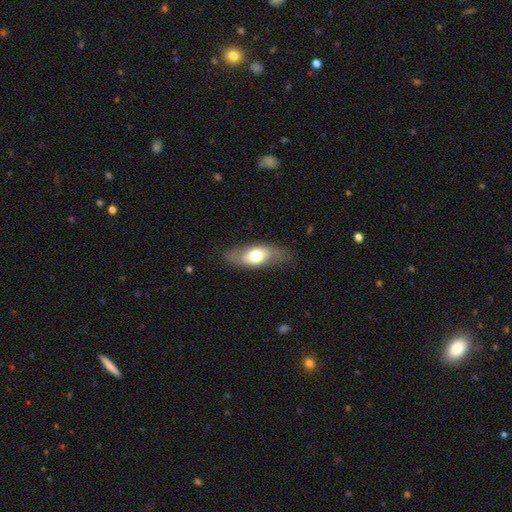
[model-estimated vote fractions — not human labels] A smooth galaxy with no disk features (55%) that is in between round and cigar-shaped (81%).

Vote fractions:
- Smooth or featured? smooth: 55% / featured or disk: 39% / star or artifact: 6%
- How rounded? in between: 81% / cigar-shaped: 13% / round: 5%
- Merging? none: 74% / minor disturbance: 18% / major disturbance: 6% / merger: 1%